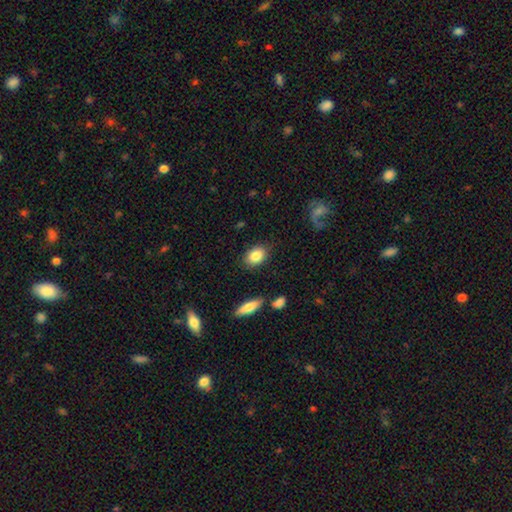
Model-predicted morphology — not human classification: Smooth or featured? smooth (85%)
How rounded? in between (76%)
Merging? none (84%)